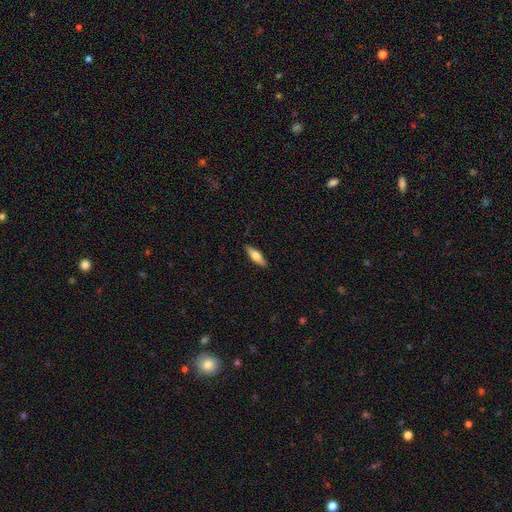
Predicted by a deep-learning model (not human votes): This appears to be a smooth galaxy with no disk features (58%) that is cigar-shaped (59%). Merging: none (89%).